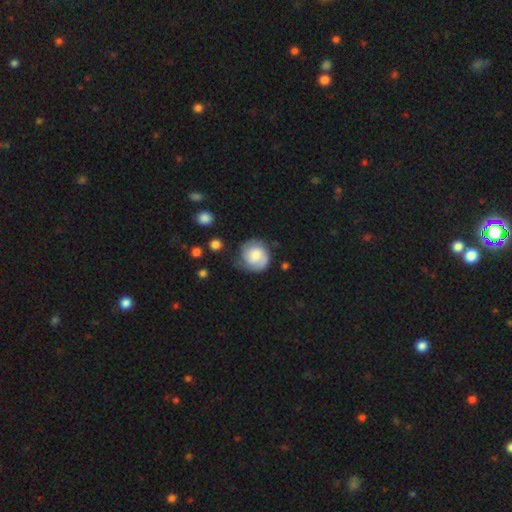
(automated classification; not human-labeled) Q: Smooth or featured?
A: smooth (58%); runner-up: featured or disk (35%)
Q: How rounded?
A: round (83%); runner-up: in between (16%)
Q: Merging?
A: none (61%); runner-up: minor disturbance (27%)